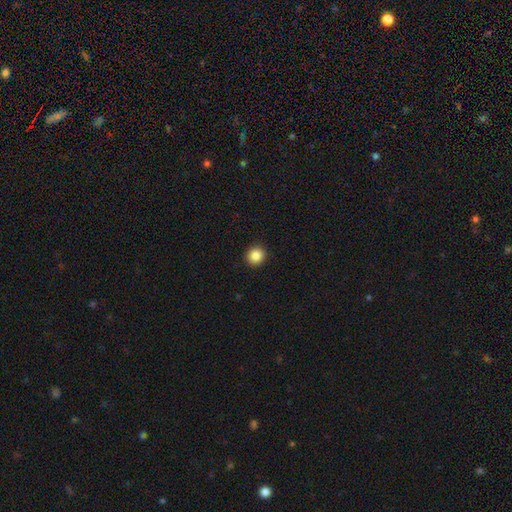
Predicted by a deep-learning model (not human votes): Smooth or featured? smooth (86%)
How rounded? round (89%)
Merging? none (92%)